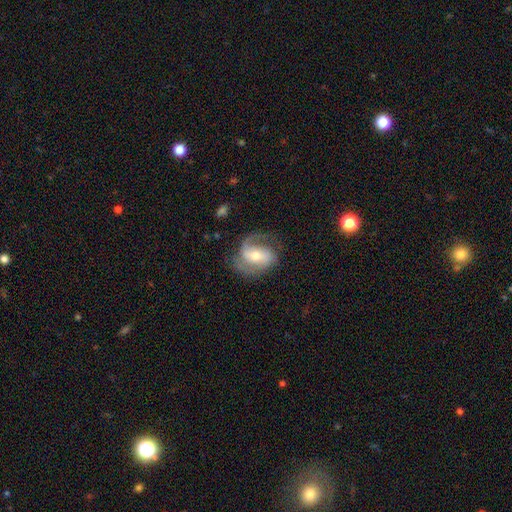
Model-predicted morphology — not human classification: smooth_or_featured: featured or disk (p=0.79) [alt: smooth p=0.14]
disk_edge_on: no (p=0.97) [alt: yes p=0.03]
bar: weak (p=0.41) [alt: no p=0.32]
has_spiral_arms: yes (p=0.94) [alt: no p=0.06]
spiral_winding: medium (p=0.48) [alt: loose p=0.28]
spiral_arm_count: 2 (p=0.72) [alt: 1 p=0.16]
bulge_size: moderate (p=0.58) [alt: small p=0.35]
merging: none (p=0.63) [alt: minor disturbance p=0.20]